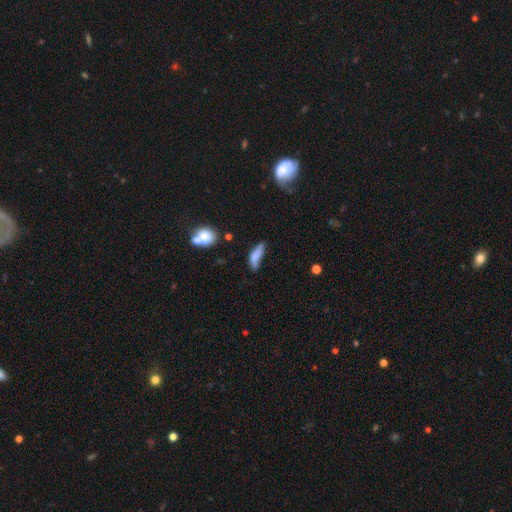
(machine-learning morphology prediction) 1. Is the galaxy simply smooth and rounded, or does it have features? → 73% smooth, 18% featured or disk, 9% star or artifact.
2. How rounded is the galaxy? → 57% in between, 40% cigar-shaped, 3% round.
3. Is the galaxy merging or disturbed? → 39% none, 37% minor disturbance, 16% major disturbance, 8% merger.